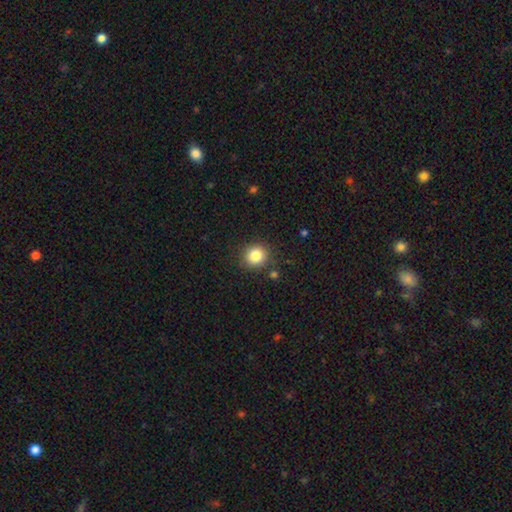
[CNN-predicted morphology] Smooth or featured? Predicted: smooth (p=0.84). How rounded? Predicted: round (p=0.87). Merging? Predicted: none (p=0.87).